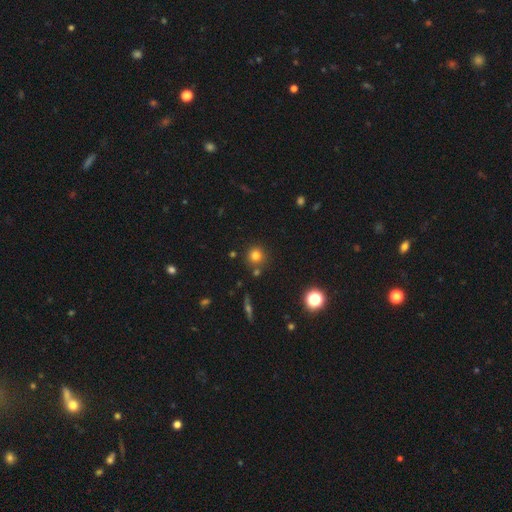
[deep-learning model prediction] Overall: smooth (76%). How rounded: round (93%). Merging: none (81%).